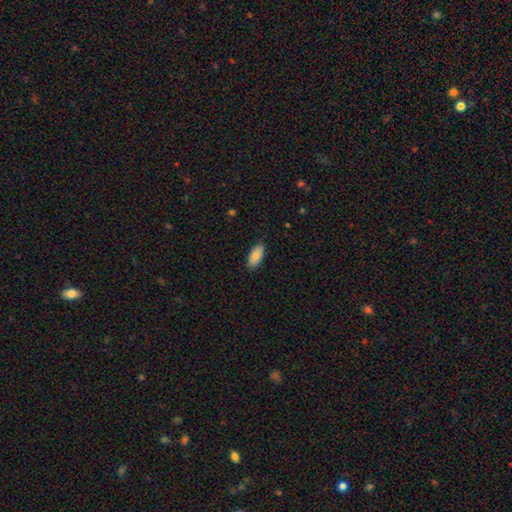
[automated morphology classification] Overall: smooth (87%). How rounded: in between (92%). Merging: none (86%).